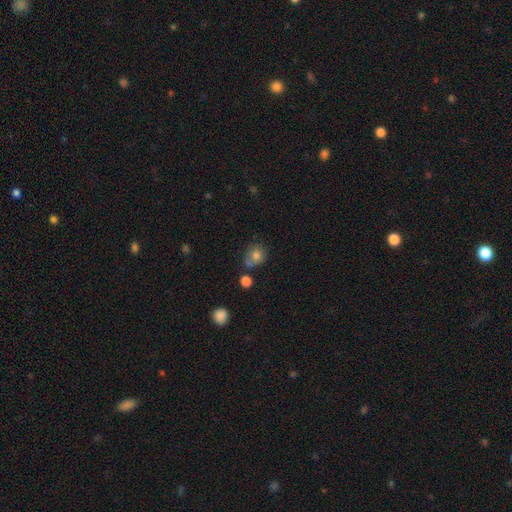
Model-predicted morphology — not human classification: Smooth or featured: smooth — 75% (star or artifact — 13%)
How rounded: round — 72% (in between — 27%)
Merging: none — 58% (minor disturbance — 20%)